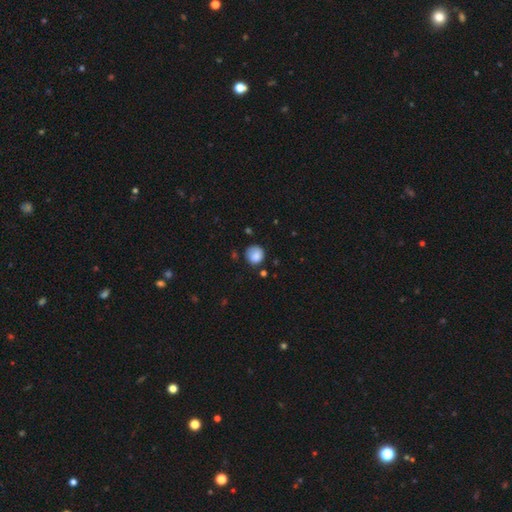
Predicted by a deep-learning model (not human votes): Smooth or featured? Predicted: smooth (p=0.84). How rounded? Predicted: round (p=0.88). Merging? Predicted: none (p=0.70).